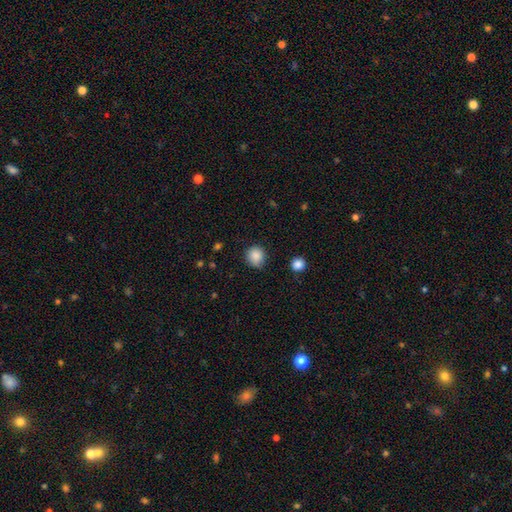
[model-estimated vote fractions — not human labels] This appears to be a smooth galaxy with no disk features (87%) that is round (89%). Merging: none (80%).